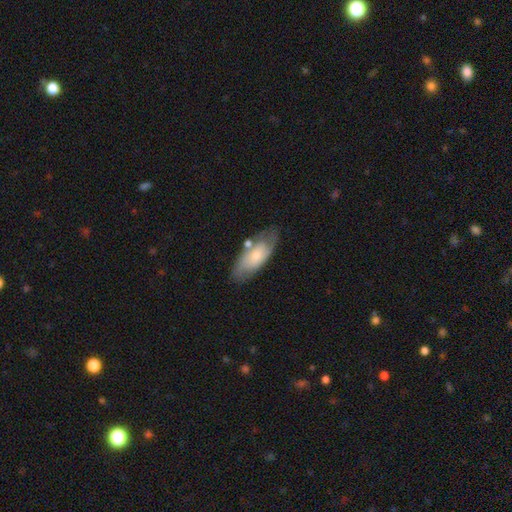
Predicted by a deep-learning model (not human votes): This appears to be a smooth galaxy with no disk features (56%) that is in between round and cigar-shaped (80%). Merging: none (62%).